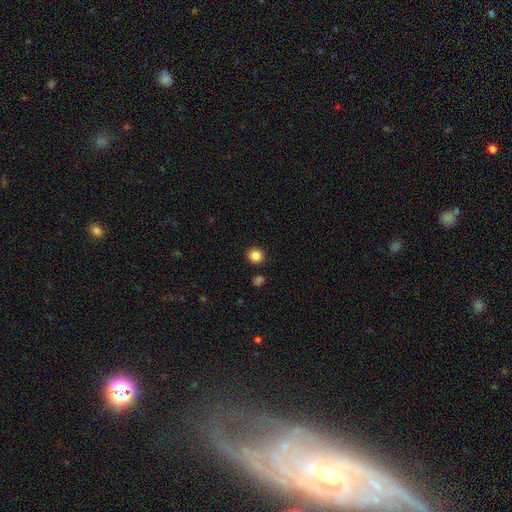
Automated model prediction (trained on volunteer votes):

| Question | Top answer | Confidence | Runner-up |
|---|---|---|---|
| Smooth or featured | smooth | 85% | star or artifact (11%) |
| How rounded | round | 89% | in between (10%) |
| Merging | none | 90% | minor disturbance (6%) |